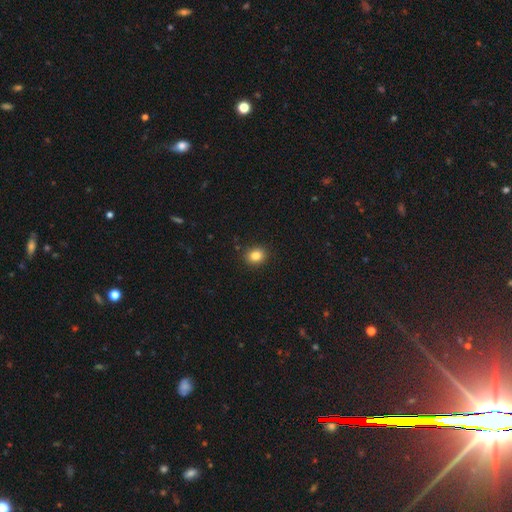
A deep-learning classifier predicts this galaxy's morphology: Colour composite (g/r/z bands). It shows a smooth galaxy with no disk features (84%) that is round (64%). Merging: none (89%).